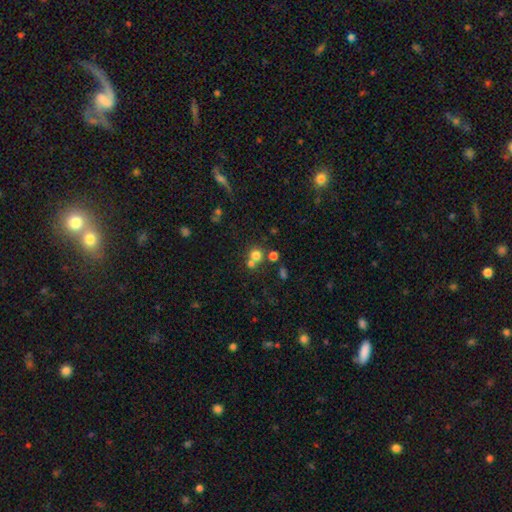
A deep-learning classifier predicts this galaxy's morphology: Smooth or featured: smooth — 70% (star or artifact — 19%)
How rounded: round — 88% (in between — 11%)
Merging: none — 54% (merger — 35%)